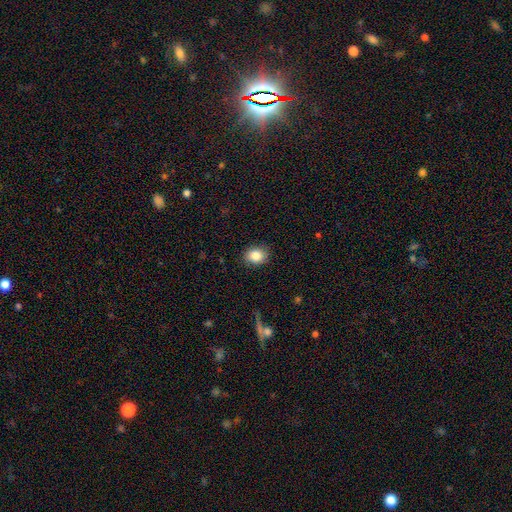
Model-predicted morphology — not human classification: Smooth or featured?
  - smooth: 85% *
  - star or artifact: 9%
  - featured or disk: 6%
How rounded?
  - round: 54% *
  - in between: 45%
  - cigar-shaped: 1%
Merging?
  - none: 86% *
  - minor disturbance: 10%
  - major disturbance: 2%
  - merger: 1%